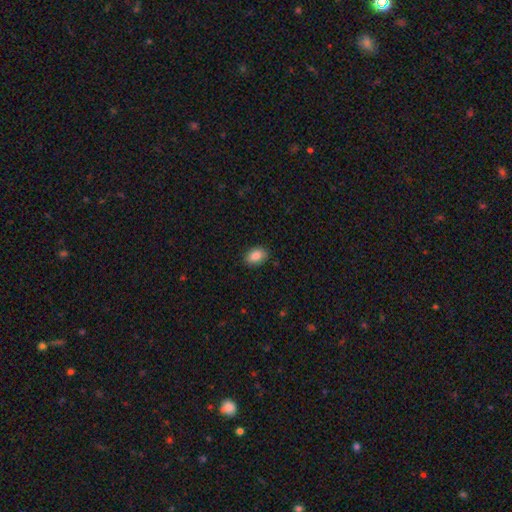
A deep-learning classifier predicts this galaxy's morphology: Q: Smooth or featured?
A: smooth (87%); runner-up: star or artifact (8%)
Q: How rounded?
A: in between (84%); runner-up: round (15%)
Q: Merging?
A: none (87%); runner-up: minor disturbance (9%)